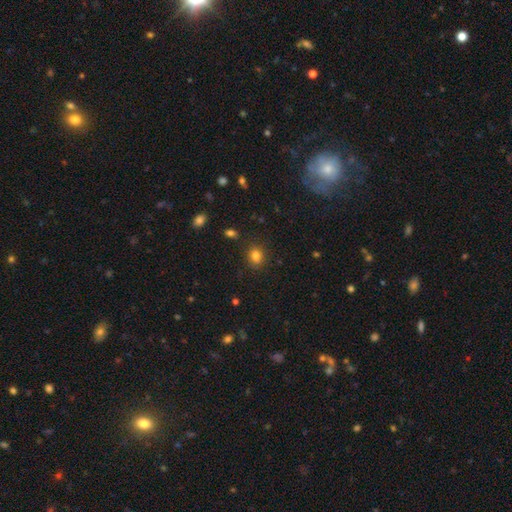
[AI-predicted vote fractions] Overall: smooth (81%). How rounded: round (60%; in between 39%). Merging: none (83%).